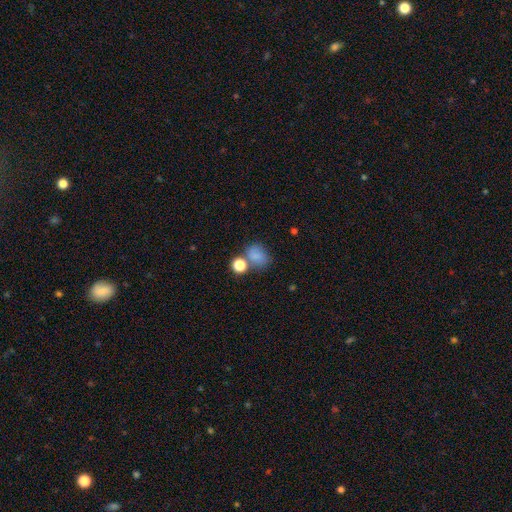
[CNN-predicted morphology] This appears to be a smooth galaxy with no disk features (76%) that is round (56%). Merging: none (51%).